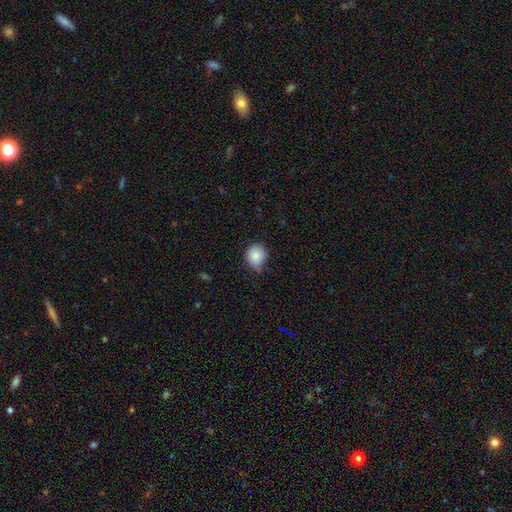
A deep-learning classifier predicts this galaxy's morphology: The model was most divided on "merging": none: 53%, minor disturbance: 38%, major disturbance: 7%, merger: 3%. More confident: smooth or featured — smooth (85%); how rounded — round (78%).